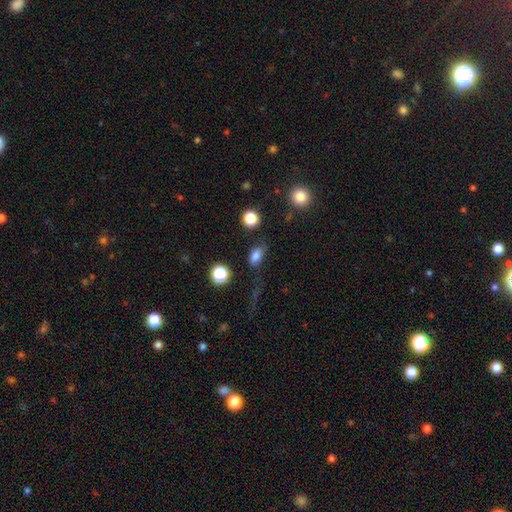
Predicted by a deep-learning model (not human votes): smooth_or_featured: smooth (p=0.80) [alt: star or artifact p=0.12]
how_rounded: in between (p=0.81) [alt: round p=0.16]
merging: none (p=0.65) [alt: minor disturbance p=0.21]